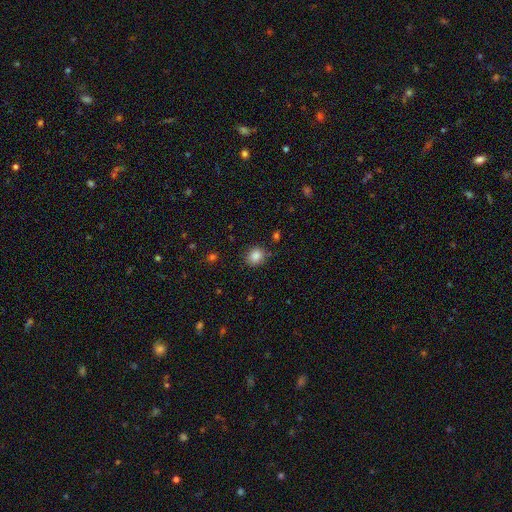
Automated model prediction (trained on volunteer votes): Overall: smooth (86%). How rounded: round (72%). Merging: none (84%).